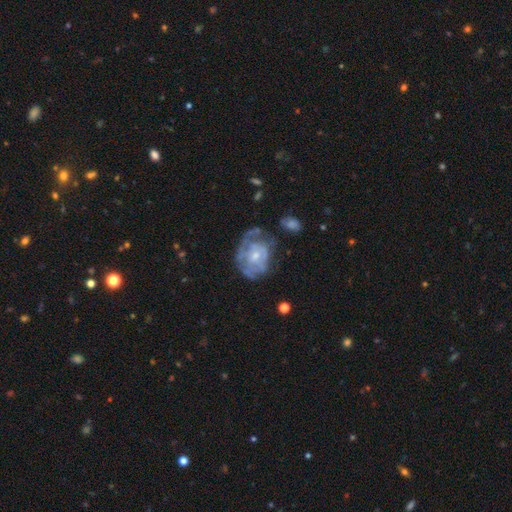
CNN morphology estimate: A featured or disk galaxy (72%) with no bar (78%), spiral arms (64%) and a small central bulge (58%). Merging: none (42%).